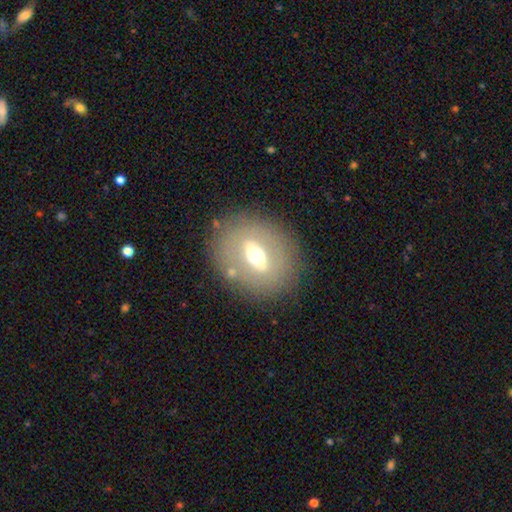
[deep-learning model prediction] A featured or disk galaxy (60%). Merging: none (81%).